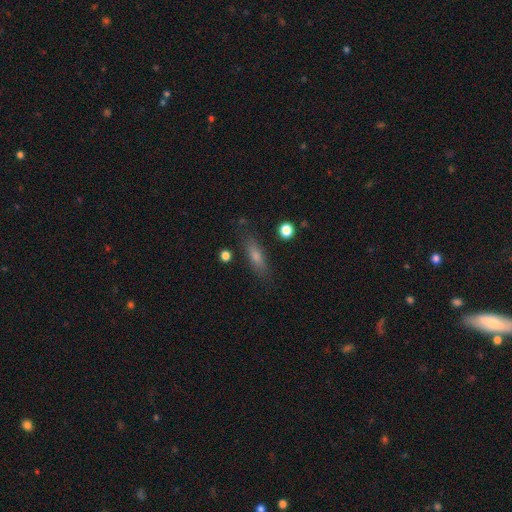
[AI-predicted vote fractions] smooth 60%, featured or disk 28%, star or artifact 12%. Down the decision tree: how rounded — cigar-shaped (62%); merging — none (83%).